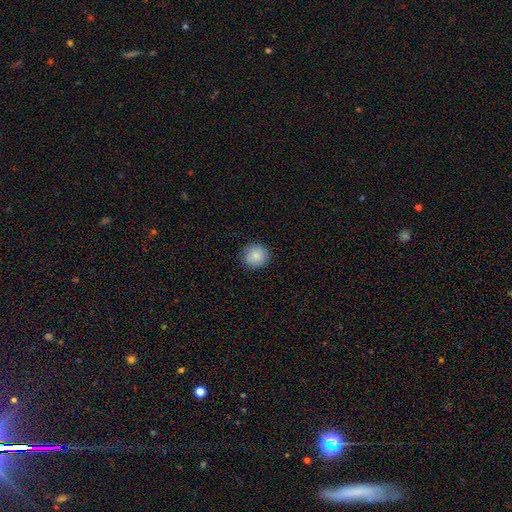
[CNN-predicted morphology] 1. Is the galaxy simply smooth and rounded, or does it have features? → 86% smooth, 8% star or artifact, 5% featured or disk.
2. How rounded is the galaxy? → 93% round, 6% in between, 1% cigar-shaped.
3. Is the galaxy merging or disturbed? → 90% none, 8% minor disturbance, 2% major disturbance, 1% merger.